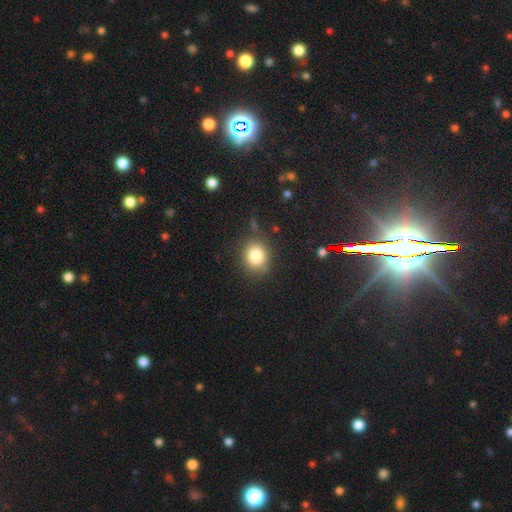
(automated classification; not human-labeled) smooth_or_featured: smooth (p=0.83) [alt: star or artifact p=0.11]
how_rounded: round (p=0.76) [alt: in between p=0.22]
merging: none (p=0.80) [alt: minor disturbance p=0.12]